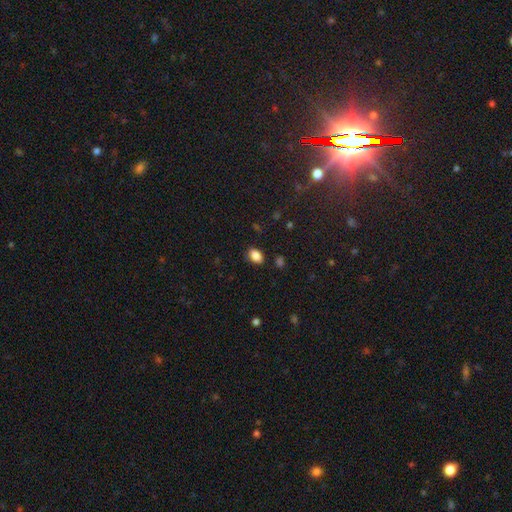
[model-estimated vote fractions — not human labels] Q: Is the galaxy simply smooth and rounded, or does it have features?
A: smooth — 86%.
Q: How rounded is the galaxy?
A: in between — 85%.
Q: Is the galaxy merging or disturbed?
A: none — 84%.